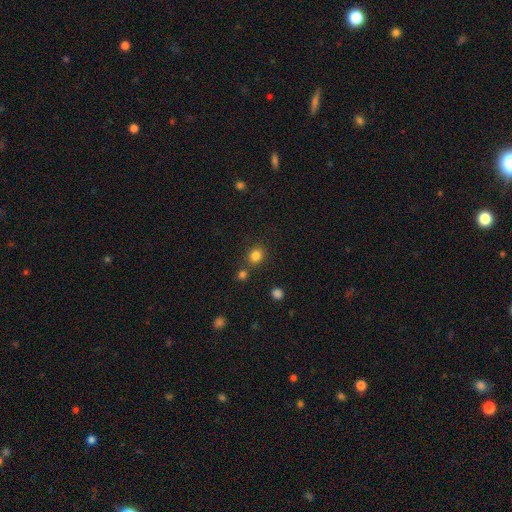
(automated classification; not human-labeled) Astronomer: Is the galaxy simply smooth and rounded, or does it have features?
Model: smooth — 82%.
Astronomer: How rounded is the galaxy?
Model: round — 78%.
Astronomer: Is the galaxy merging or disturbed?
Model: none — 77%.